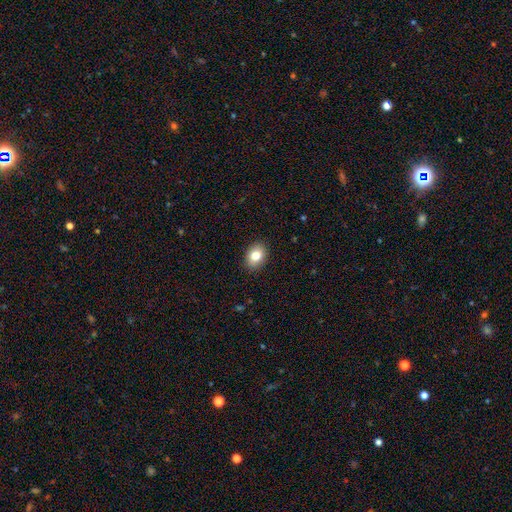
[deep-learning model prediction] Smooth or featured? smooth (81%)
How rounded? in between (69%)
Merging? none (90%)